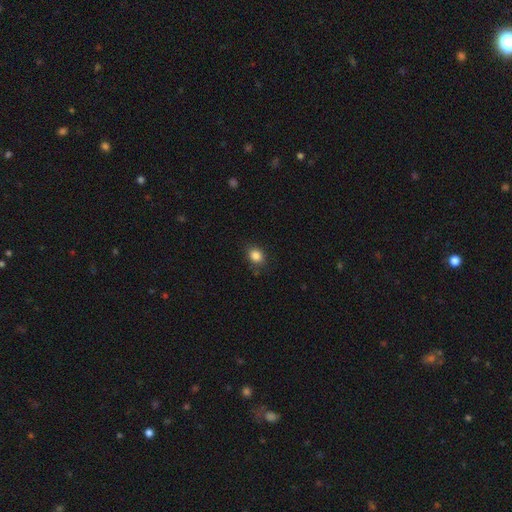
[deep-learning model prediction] This appears to be a smooth galaxy with no disk features (85%) that is in between round and cigar-shaped (51%). Merging: none (81%).